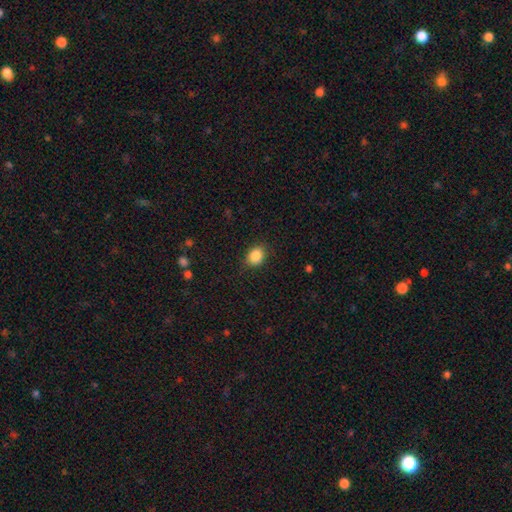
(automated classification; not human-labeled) Smooth or featured? Predicted: smooth (p=0.87). How rounded? Predicted: in between (p=0.55). Merging? Predicted: none (p=0.85).